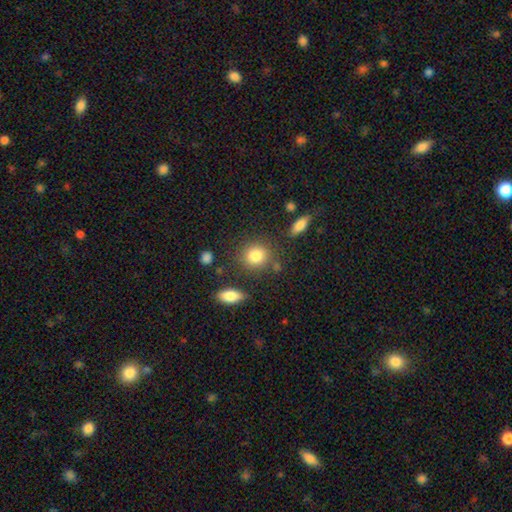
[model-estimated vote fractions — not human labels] The model was most divided on "how rounded": round: 76%, in between: 22%, cigar-shaped: 2%. More confident: smooth or featured — smooth (84%); merging — none (76%).